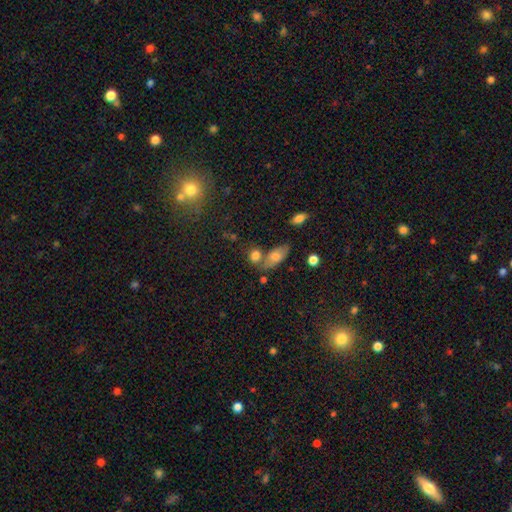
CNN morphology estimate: A smooth galaxy with no disk features (78%) that is in between round and cigar-shaped (56%). Merging: none (52%).